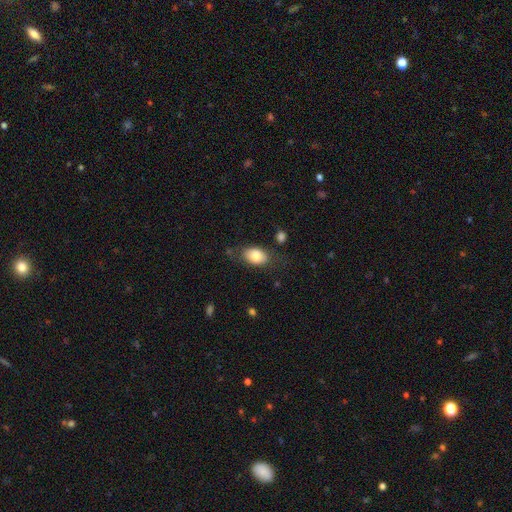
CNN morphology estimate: Smooth or featured? smooth (80%)
How rounded? in between (86%)
Merging? none (70%)